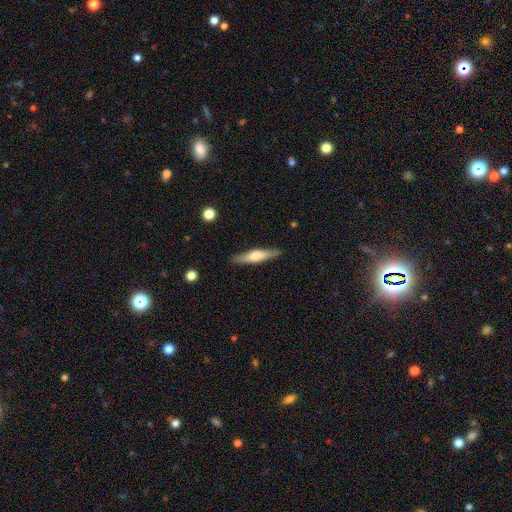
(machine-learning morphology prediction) Smooth or featured: featured or disk — 49% (smooth — 46%)
Merging: none — 88% (minor disturbance — 9%)